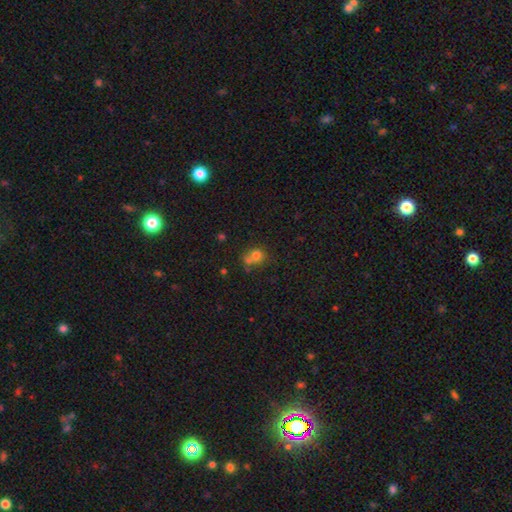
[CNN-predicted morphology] This appears to be a smooth galaxy with no disk features (74%) that is round (77%). Merging: none (42%).